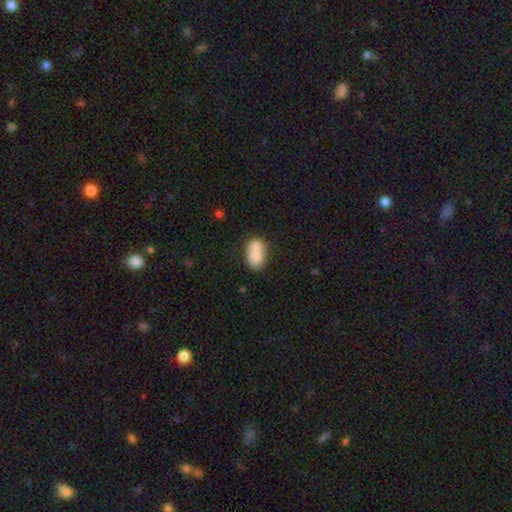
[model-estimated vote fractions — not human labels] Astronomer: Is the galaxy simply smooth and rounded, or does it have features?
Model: smooth — 75%.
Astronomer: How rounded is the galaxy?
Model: in between — 81%.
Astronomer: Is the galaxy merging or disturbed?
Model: merger — 49% (runner-up: none, 34%).